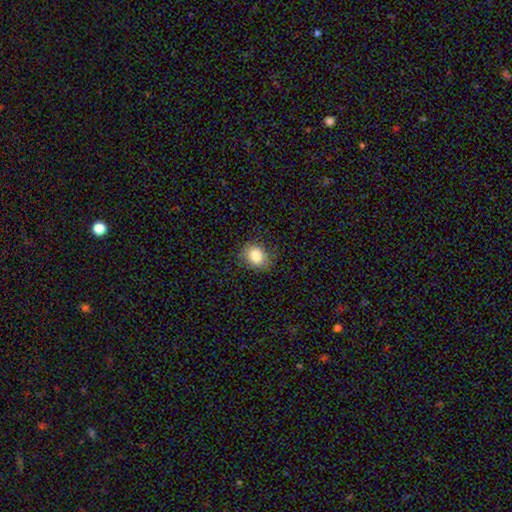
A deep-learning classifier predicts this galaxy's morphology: A smooth galaxy with no disk features (84%) that is round (59%).

Vote fractions:
- Smooth or featured? smooth: 84% / star or artifact: 10% / featured or disk: 6%
- How rounded? round: 59% / in between: 41% / cigar-shaped: 1%
- Merging? none: 84% / minor disturbance: 12% / major disturbance: 3% / merger: 1%